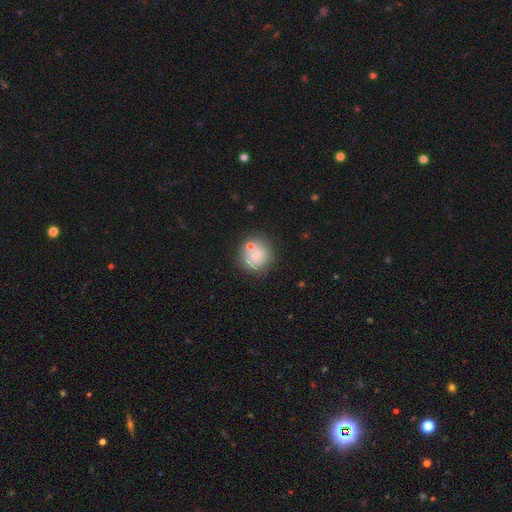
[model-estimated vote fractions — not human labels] A smooth galaxy with no disk features (67%) that is round (91%). Merging: none (63%).